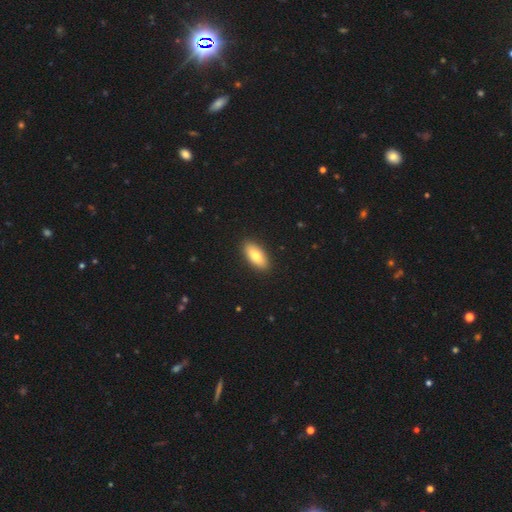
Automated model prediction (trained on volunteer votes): This is likely a smooth galaxy (78%). How rounded: clearly in between (85%). Merging: clearly none (90%).